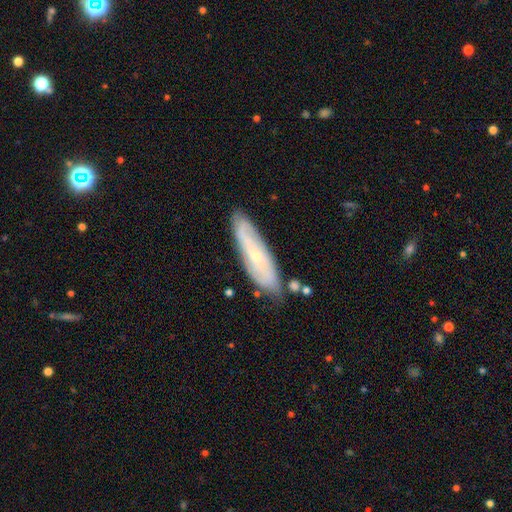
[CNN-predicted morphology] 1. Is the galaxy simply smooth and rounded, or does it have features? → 60% featured or disk, 33% smooth, 7% star or artifact.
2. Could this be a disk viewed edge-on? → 70% no, 30% yes.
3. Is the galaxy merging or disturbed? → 76% none, 17% minor disturbance, 4% merger, 3% major disturbance.